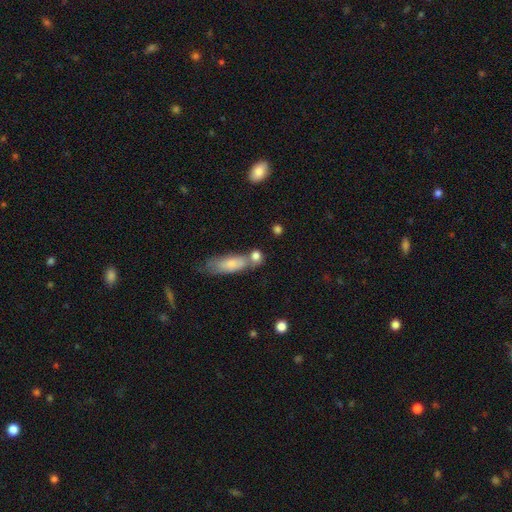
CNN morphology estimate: A smooth galaxy with no disk features (78%) that is round (55%).

Vote fractions:
- Smooth or featured? smooth: 78% / featured or disk: 12% / star or artifact: 10%
- How rounded? round: 55% / in between: 33% / cigar-shaped: 13%
- Merging? none: 50% / merger: 34% / minor disturbance: 12% / major disturbance: 5%